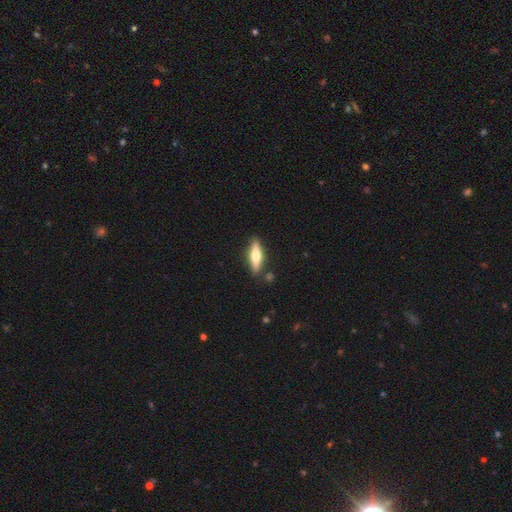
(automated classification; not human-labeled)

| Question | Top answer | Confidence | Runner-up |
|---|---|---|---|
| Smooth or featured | featured or disk | 49% | smooth (45%) |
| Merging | none | 86% | minor disturbance (9%) |